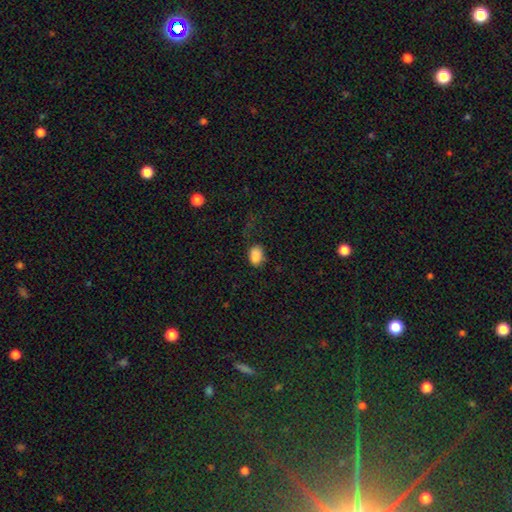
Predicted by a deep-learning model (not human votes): This appears to be a smooth galaxy with no disk features (85%) that is in between round and cigar-shaped (83%). Merging: none (66%).